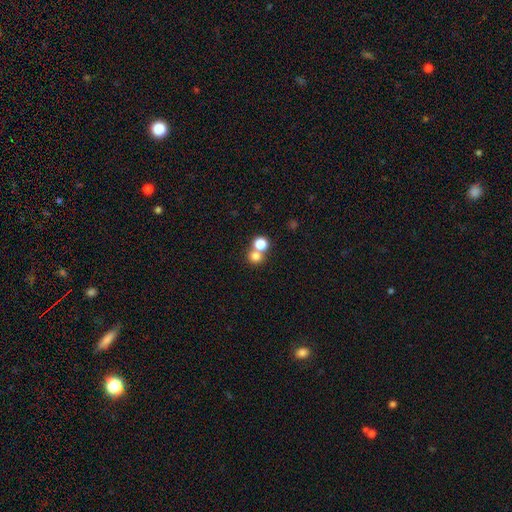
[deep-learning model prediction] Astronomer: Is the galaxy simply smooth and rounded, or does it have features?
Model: smooth — 78%.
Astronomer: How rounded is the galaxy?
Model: round — 87%.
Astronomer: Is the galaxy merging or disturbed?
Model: none — 47% (runner-up: merger, 46%).